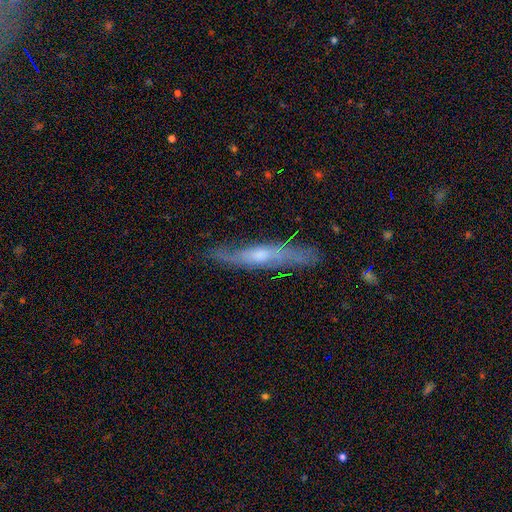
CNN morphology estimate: Q: Smooth or featured?
A: featured or disk (67%); runner-up: smooth (25%)
Q: Edge-on disk?
A: yes (79%); runner-up: no (21%)
Q: Edge-on bulge?
A: rounded (67%); runner-up: none (26%)
Q: Merging?
A: none (78%); runner-up: minor disturbance (17%)